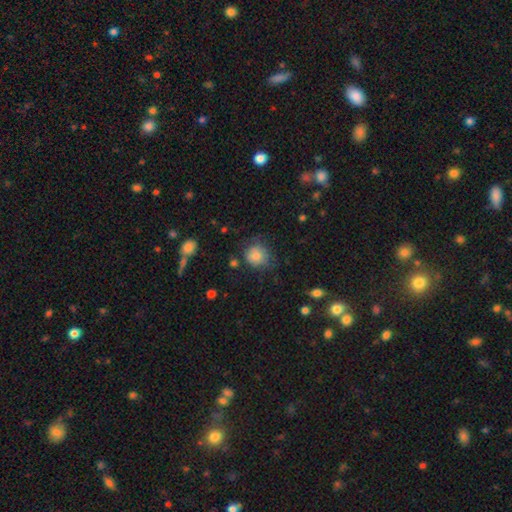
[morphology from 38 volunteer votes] Volunteers were most divided on "merging": none: 75%, minor disturbance: 17%, merger: 6%, major disturbance: 3%. More confident: how rounded — round (91%); smooth or featured — smooth (87%).